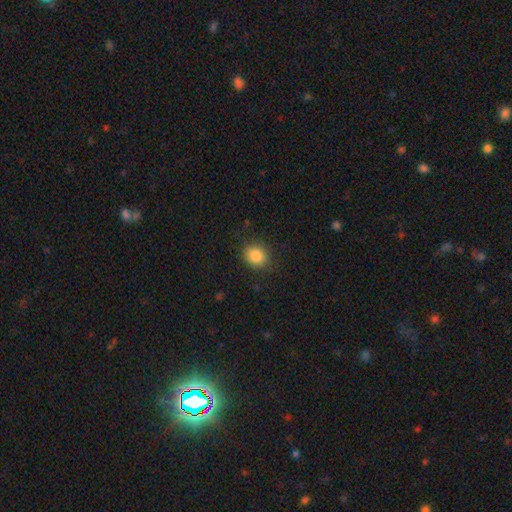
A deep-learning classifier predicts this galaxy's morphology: smooth_or_featured: smooth (p=0.86) [alt: star or artifact p=0.09]
how_rounded: round (p=0.65) [alt: in between p=0.34]
merging: none (p=0.84) [alt: minor disturbance p=0.11]